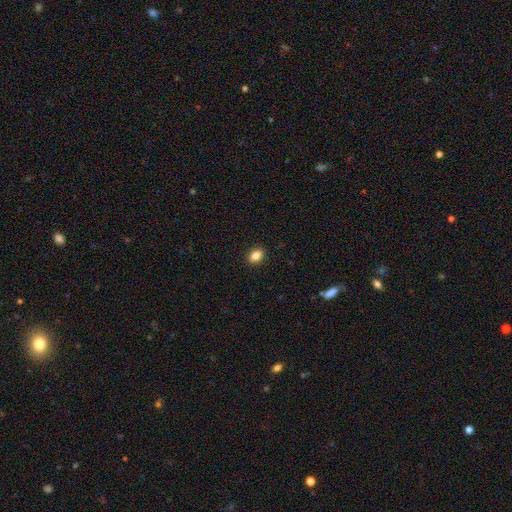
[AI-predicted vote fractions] This is clearly a smooth galaxy (85%). How rounded: likely in between (77%). Merging: clearly none (90%).